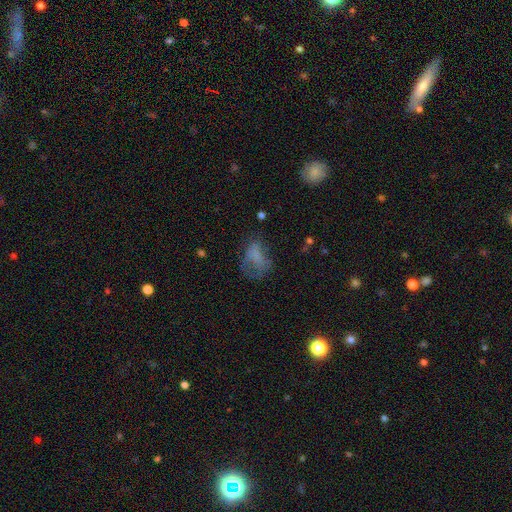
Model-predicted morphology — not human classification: smooth 57%, featured or disk 26%, star or artifact 17%. Down the decision tree: how rounded — in between (81%); merging — major disturbance (38%).